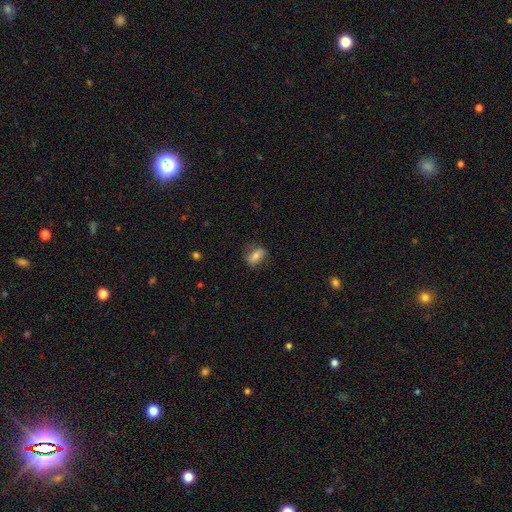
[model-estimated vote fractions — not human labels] Smooth or featured? smooth (70%)
How rounded? in between (78%)
Merging? none (77%)